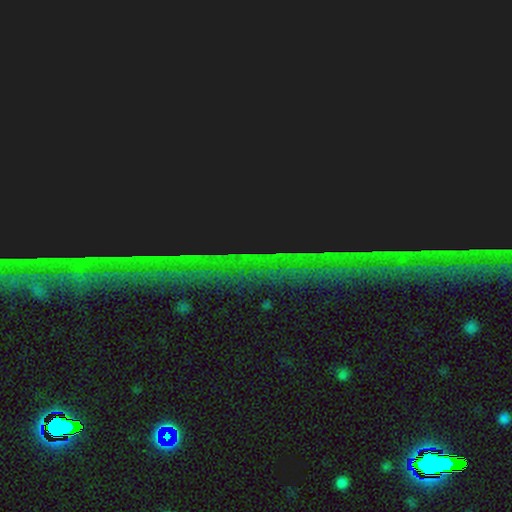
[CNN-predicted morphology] smooth-or-featured: star or artifact: 85% | featured or disk: 8% | smooth: 7%